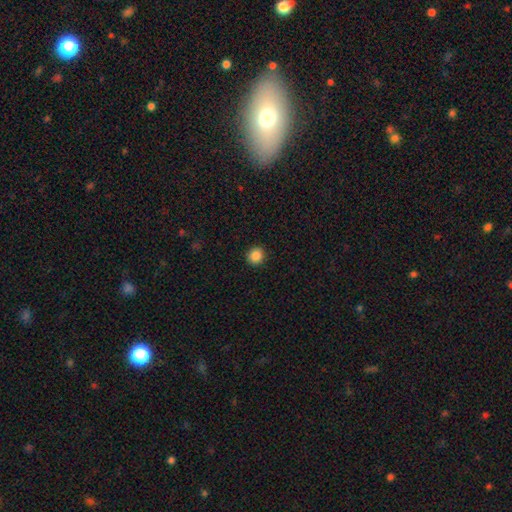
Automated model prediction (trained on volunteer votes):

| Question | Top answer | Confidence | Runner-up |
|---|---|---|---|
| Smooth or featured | smooth | 86% | star or artifact (10%) |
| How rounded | round | 91% | in between (9%) |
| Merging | none | 93% | minor disturbance (5%) |